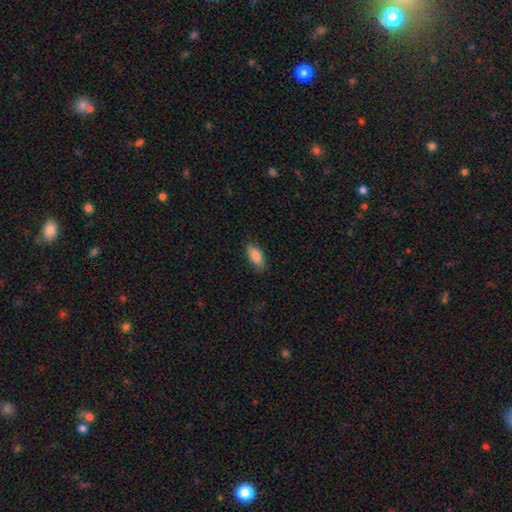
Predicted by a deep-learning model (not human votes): smooth-or-featured: smooth: 87% | featured or disk: 7% | star or artifact: 7%
  how-rounded: in between: 87% | cigar-shaped: 11% | round: 2%
  merging: none: 84% | minor disturbance: 12% | major disturbance: 3% | merger: 1%